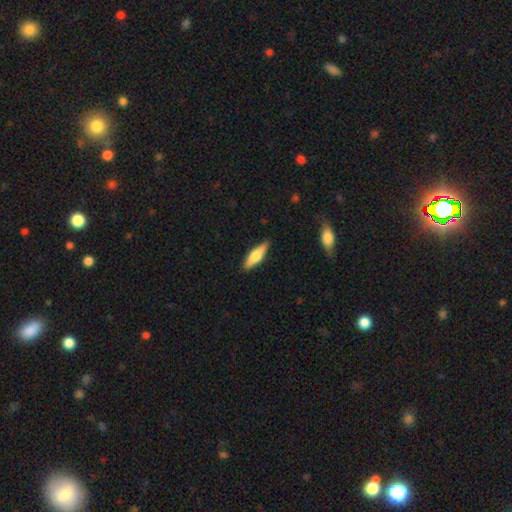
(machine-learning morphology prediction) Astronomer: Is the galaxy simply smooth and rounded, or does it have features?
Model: smooth — 58% (runner-up: featured or disk, 37%).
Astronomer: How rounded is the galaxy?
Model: cigar-shaped — 58% (runner-up: in between, 40%).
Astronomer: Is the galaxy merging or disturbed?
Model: none — 87%.